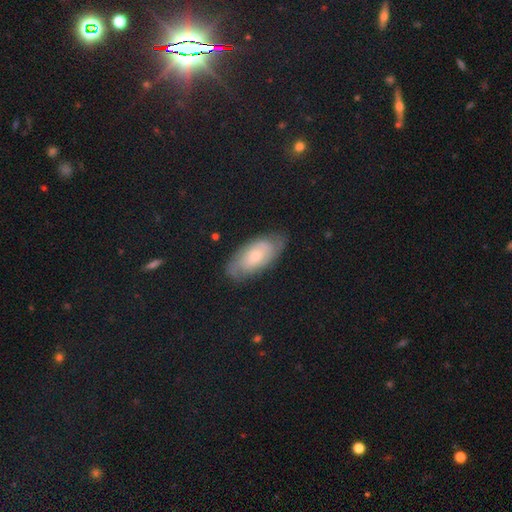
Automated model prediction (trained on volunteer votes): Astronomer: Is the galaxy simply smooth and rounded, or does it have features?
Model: featured or disk — 56% (runner-up: smooth, 36%).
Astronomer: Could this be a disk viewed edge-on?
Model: no — 90%.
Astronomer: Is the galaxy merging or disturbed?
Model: none — 75%.